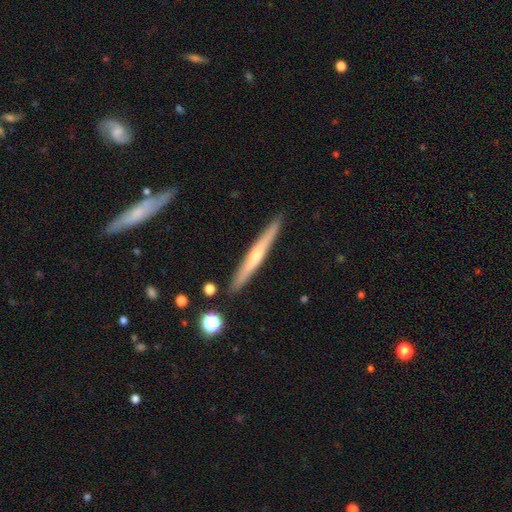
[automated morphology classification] featured or disk 58%, smooth 36%, star or artifact 6%. Down the decision tree: edge-on disk — yes (96%); edge-on bulge — rounded (59%); merging — none (90%).